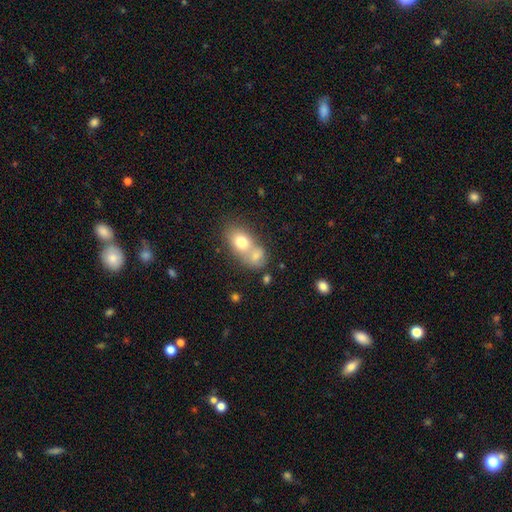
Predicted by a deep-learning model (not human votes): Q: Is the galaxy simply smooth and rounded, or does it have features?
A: smooth — 74%.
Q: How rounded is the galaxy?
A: in between — 65%.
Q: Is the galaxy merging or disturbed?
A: merger — 64%.